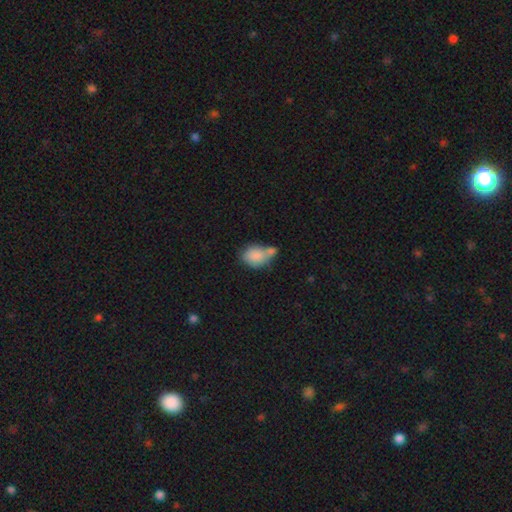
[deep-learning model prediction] Smooth or featured: smooth — 82% (featured or disk — 10%)
How rounded: in between — 66% (round — 33%)
Merging: merger — 45% (none — 30%)